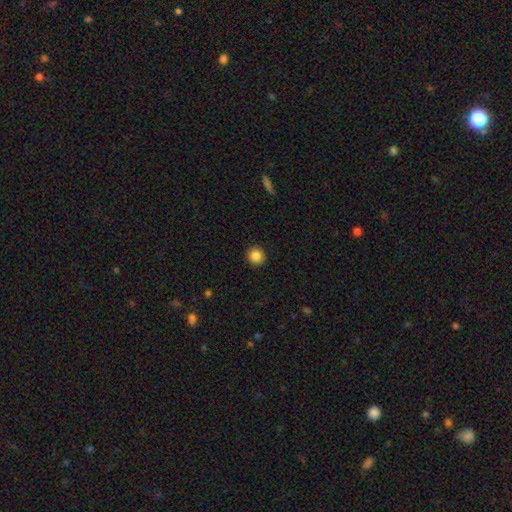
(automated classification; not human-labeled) A smooth galaxy with no disk features (86%) that is round (94%).

Vote fractions:
- Smooth or featured? smooth: 86% / star or artifact: 10% / featured or disk: 4%
- How rounded? round: 94% / in between: 5% / cigar-shaped: 1%
- Merging? none: 92% / minor disturbance: 5% / major disturbance: 2% / merger: 1%